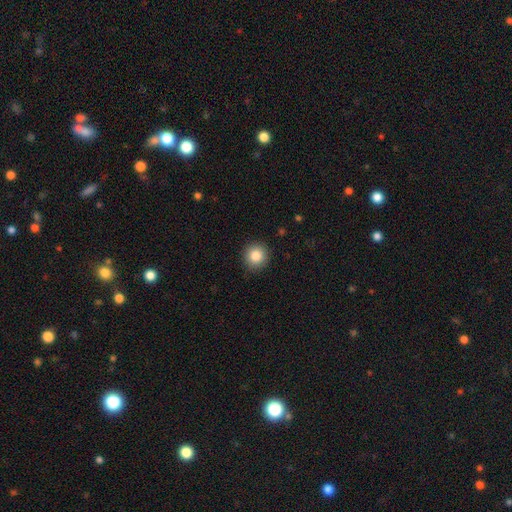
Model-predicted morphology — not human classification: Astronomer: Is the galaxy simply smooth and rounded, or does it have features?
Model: smooth — 85%.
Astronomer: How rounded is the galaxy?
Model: round — 93%.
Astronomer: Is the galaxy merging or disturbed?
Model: none — 91%.